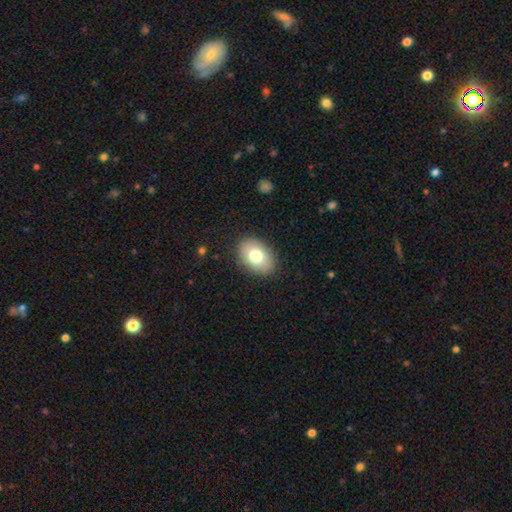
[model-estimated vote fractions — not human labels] A smooth galaxy with no disk features (76%) that is in between round and cigar-shaped (82%). Merging: none (88%).